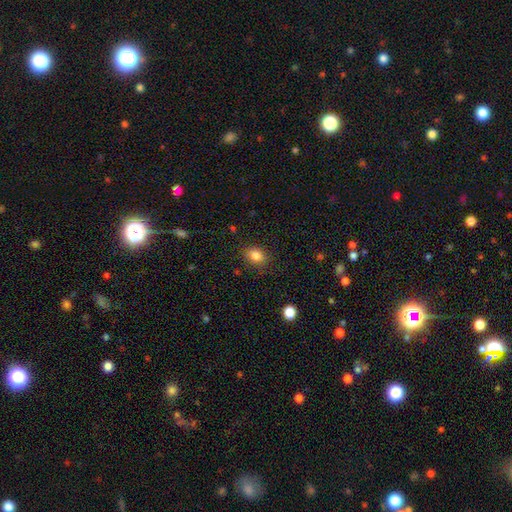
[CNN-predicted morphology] type=smooth (84%); roundness=in between (66%); merging=none (82%).